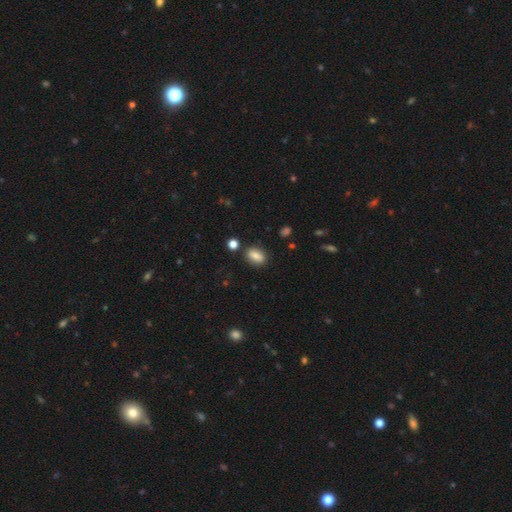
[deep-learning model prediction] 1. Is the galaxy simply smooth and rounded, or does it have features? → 82% smooth, 9% featured or disk, 9% star or artifact.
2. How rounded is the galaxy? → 79% in between, 17% round, 4% cigar-shaped.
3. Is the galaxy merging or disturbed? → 83% none, 10% minor disturbance, 4% merger, 3% major disturbance.